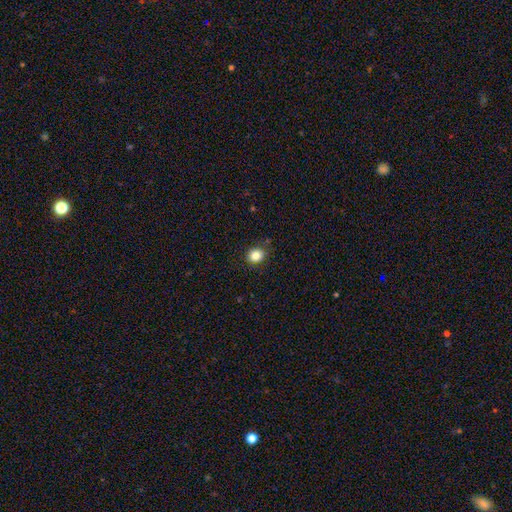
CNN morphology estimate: A smooth galaxy with no disk features (84%) that is round (72%).

Vote fractions:
- Smooth or featured? smooth: 84% / star or artifact: 11% / featured or disk: 6%
- How rounded? round: 72% / in between: 27% / cigar-shaped: 1%
- Merging? none: 85% / minor disturbance: 11% / major disturbance: 3% / merger: 2%